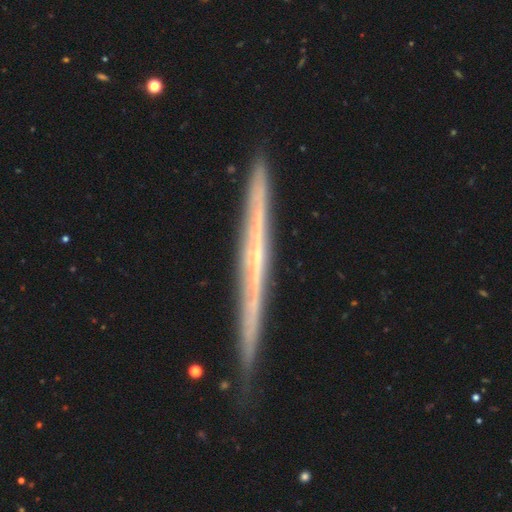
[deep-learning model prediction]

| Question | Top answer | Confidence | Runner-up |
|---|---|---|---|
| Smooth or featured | featured or disk | 77% | smooth (17%) |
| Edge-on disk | yes | 97% | no (3%) |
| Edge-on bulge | none | 77% | rounded (19%) |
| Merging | none | 88% | minor disturbance (9%) |